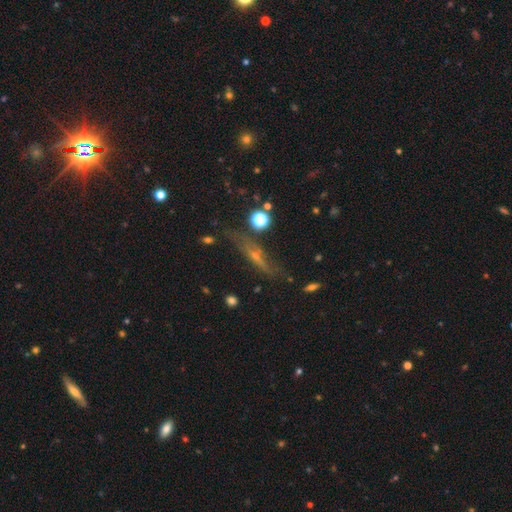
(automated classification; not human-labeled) A featured or disk galaxy (51%) viewed edge-on (74%). Merging: none (63%).